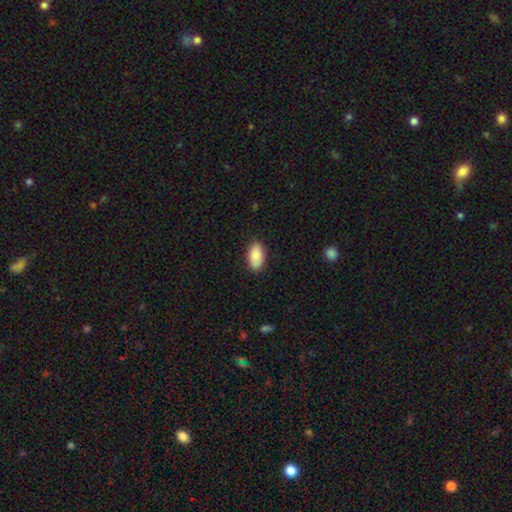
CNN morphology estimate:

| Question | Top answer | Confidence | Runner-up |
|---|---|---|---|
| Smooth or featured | smooth | 89% | star or artifact (6%) |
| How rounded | in between | 94% | round (3%) |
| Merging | none | 86% | minor disturbance (11%) |